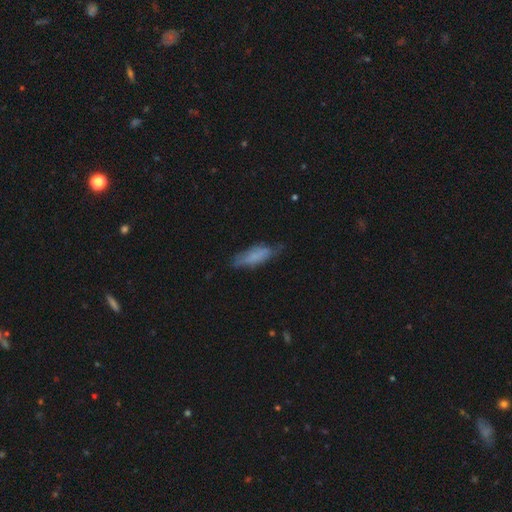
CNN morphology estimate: Smooth or featured?
  - smooth: 66% *
  - featured or disk: 26%
  - star or artifact: 8%
How rounded?
  - in between: 51% *
  - cigar-shaped: 47%
  - round: 2%
Merging?
  - none: 57% *
  - minor disturbance: 31%
  - major disturbance: 9%
  - merger: 2%